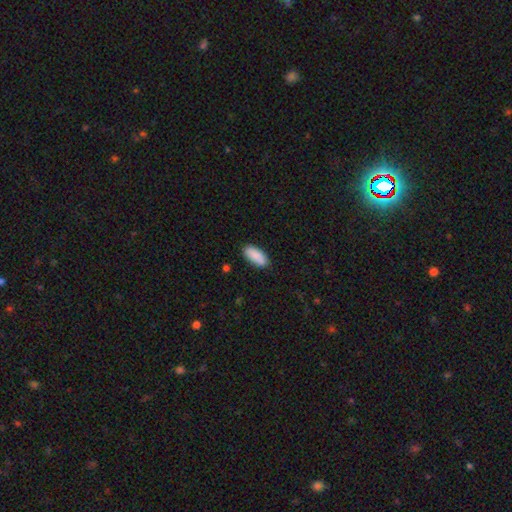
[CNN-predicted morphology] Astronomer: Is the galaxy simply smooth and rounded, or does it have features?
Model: smooth — 89%.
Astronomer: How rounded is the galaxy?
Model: in between — 85%.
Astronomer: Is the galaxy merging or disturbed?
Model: none — 86%.